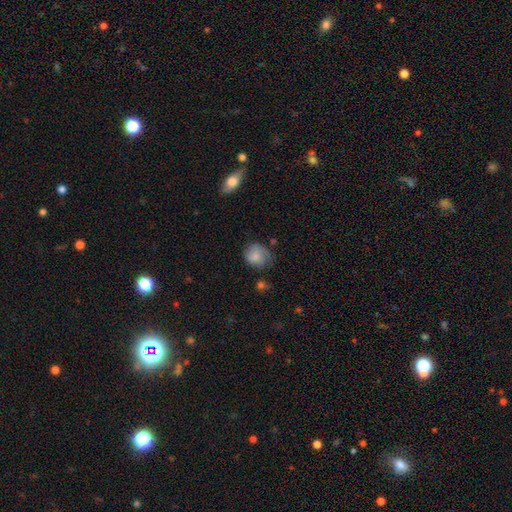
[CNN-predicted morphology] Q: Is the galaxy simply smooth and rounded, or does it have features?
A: smooth — 74%.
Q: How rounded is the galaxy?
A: round — 64%.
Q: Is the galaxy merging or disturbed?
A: none — 53%.